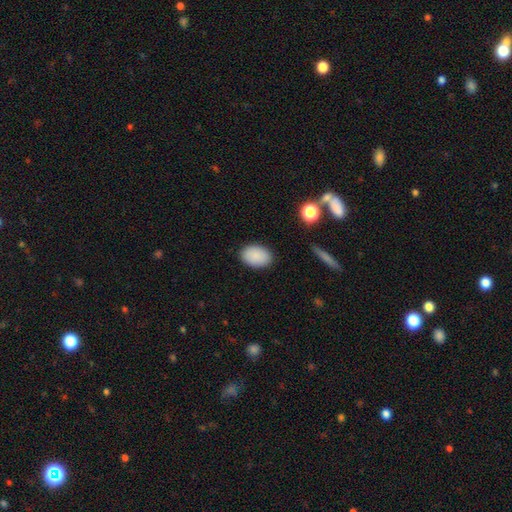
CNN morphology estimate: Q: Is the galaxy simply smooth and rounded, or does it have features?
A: smooth — 89%.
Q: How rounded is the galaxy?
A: in between — 86%.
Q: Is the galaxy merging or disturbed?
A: none — 88%.